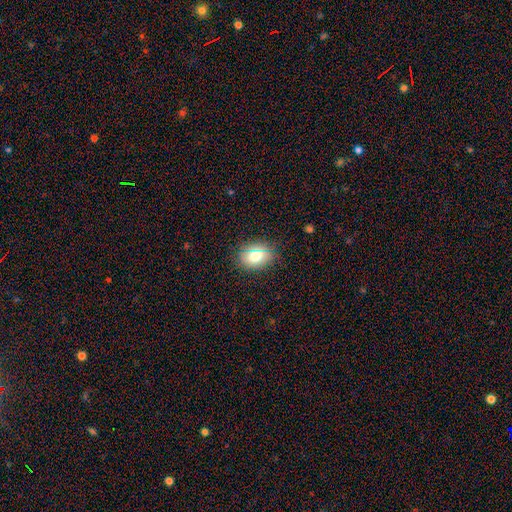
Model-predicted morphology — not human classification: Smooth or featured?
  - smooth: 76% *
  - featured or disk: 14%
  - star or artifact: 10%
How rounded?
  - in between: 70% *
  - round: 29%
  - cigar-shaped: 1%
Merging?
  - none: 83% *
  - minor disturbance: 13%
  - major disturbance: 3%
  - merger: 1%